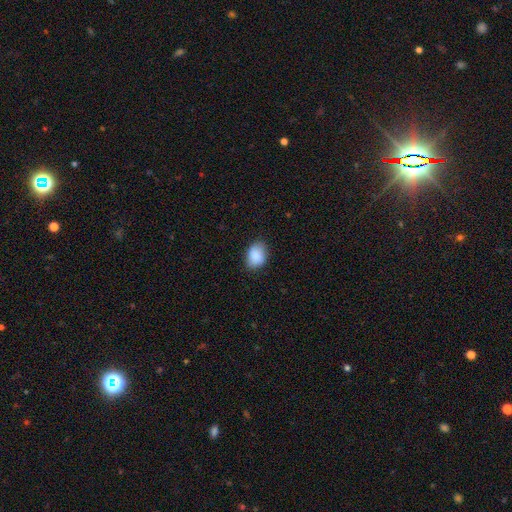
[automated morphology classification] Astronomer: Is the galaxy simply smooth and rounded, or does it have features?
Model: smooth — 89%.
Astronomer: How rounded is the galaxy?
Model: in between — 74%.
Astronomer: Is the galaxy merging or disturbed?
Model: none — 81%.